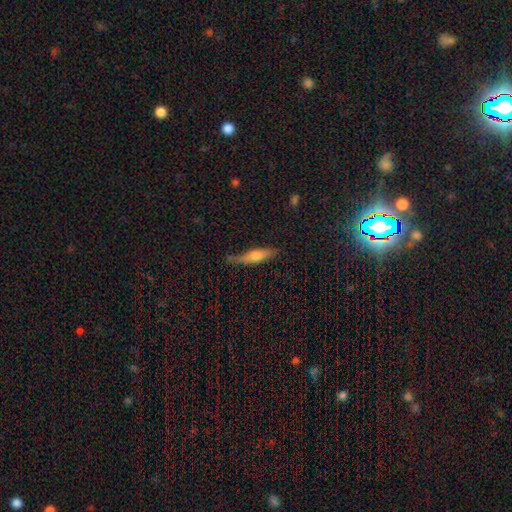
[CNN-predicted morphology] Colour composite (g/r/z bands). It shows a smooth galaxy with no disk features (51%) that is cigar-shaped (78%). Merging: none (68%).